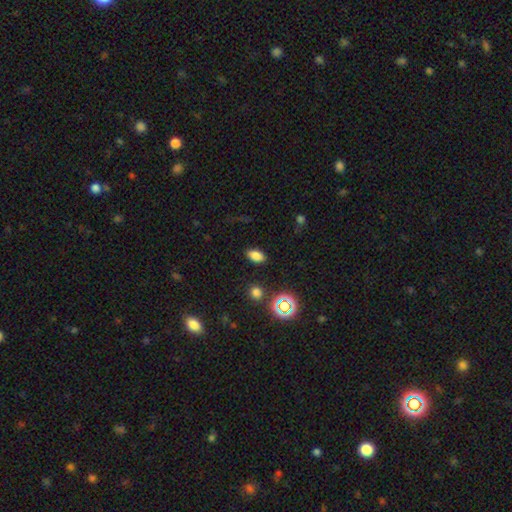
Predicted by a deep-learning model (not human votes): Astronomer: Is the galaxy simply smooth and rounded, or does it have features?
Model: smooth — 78%.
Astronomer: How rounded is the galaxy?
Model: in between — 89%.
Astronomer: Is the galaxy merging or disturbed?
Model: none — 87%.